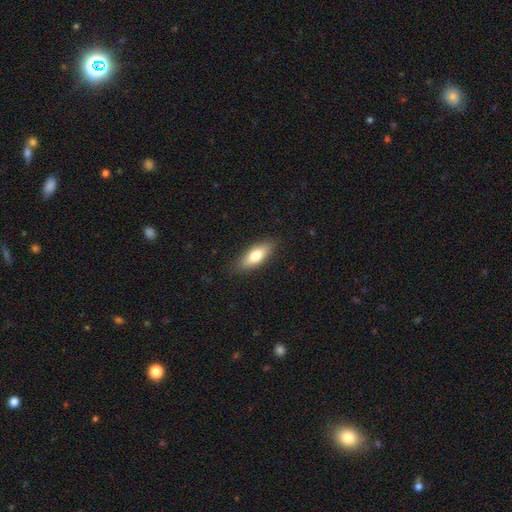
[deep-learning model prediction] Smooth or featured? Predicted: smooth (p=0.75). How rounded? Predicted: in between (p=0.69). Merging? Predicted: none (p=0.85).